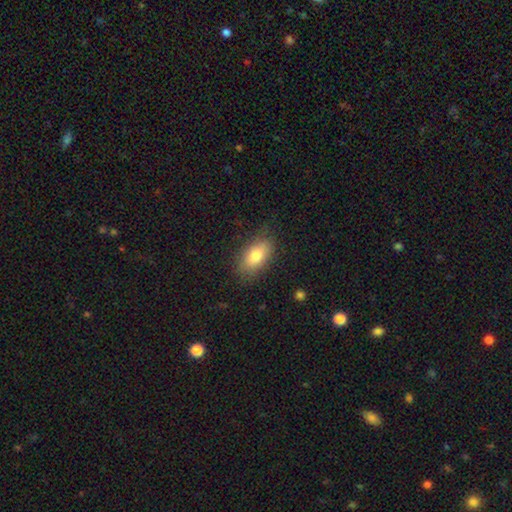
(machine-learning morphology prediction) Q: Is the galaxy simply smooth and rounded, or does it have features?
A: smooth — 79%.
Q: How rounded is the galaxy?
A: in between — 88%.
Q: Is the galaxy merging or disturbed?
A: none — 80%.